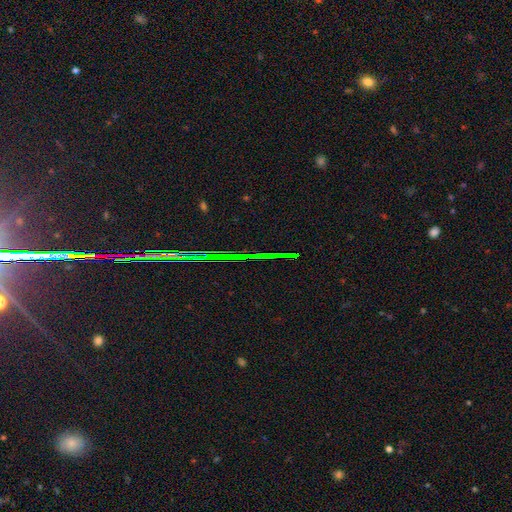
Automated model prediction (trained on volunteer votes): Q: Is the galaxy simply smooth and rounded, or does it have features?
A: star or artifact — 85%.